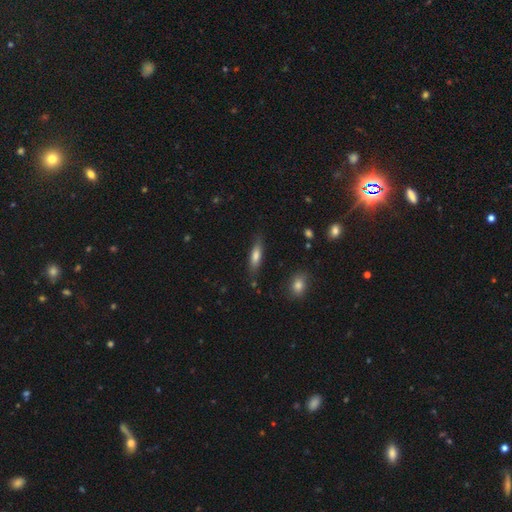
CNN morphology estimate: Q: Smooth or featured?
A: smooth (74%); runner-up: featured or disk (19%)
Q: How rounded?
A: cigar-shaped (58%); runner-up: in between (39%)
Q: Merging?
A: none (78%); runner-up: minor disturbance (16%)